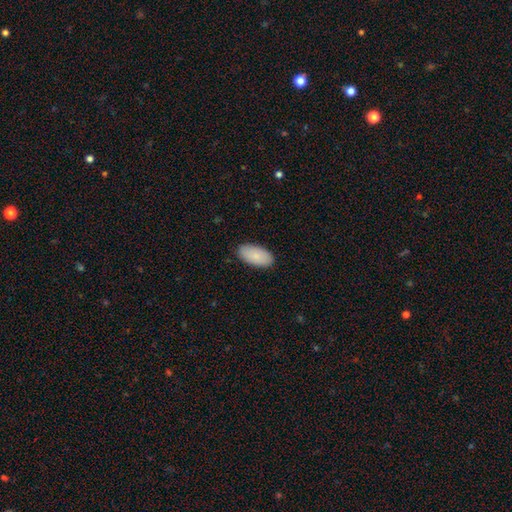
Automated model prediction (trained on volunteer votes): This is clearly a smooth galaxy (87%). How rounded: clearly in between (95%). Merging: clearly none (88%).